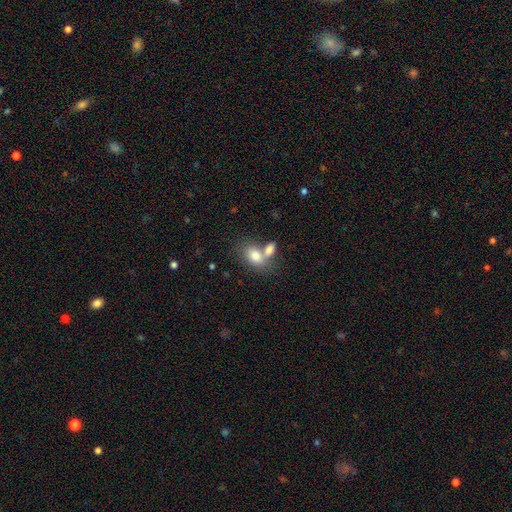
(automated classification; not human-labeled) Morphology: type=smooth (80%); roundness=in between (84%); merging=merger (51%).